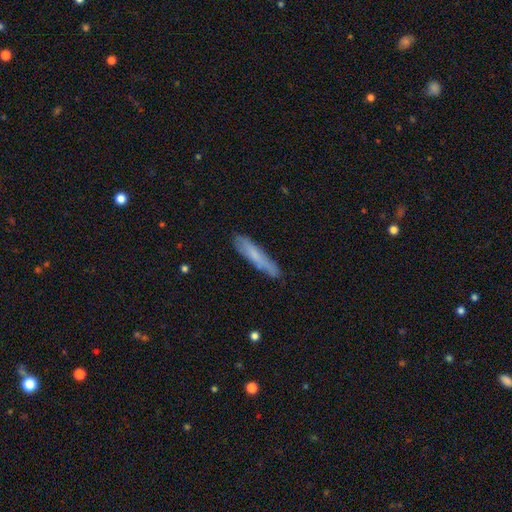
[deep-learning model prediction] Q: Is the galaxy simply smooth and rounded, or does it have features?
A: smooth — 65%.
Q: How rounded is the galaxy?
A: cigar-shaped — 89%.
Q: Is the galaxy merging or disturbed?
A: none — 80%.